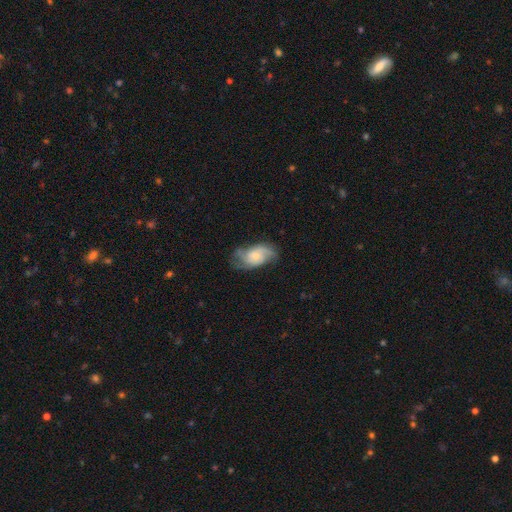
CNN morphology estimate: Smooth or featured: featured or disk — 70% (smooth — 23%)
Edge-on disk: no — 97% (yes — 3%)
Bar: no — 68% (weak — 28%)
Spiral arms: yes — 92% (no — 8%)
Spiral winding: medium — 46% (tight — 29%)
Spiral arm count: 2 — 58% (can't tell — 17%)
Bulge size: small — 53% (moderate — 28%)
Merging: none — 57% (minor disturbance — 26%)